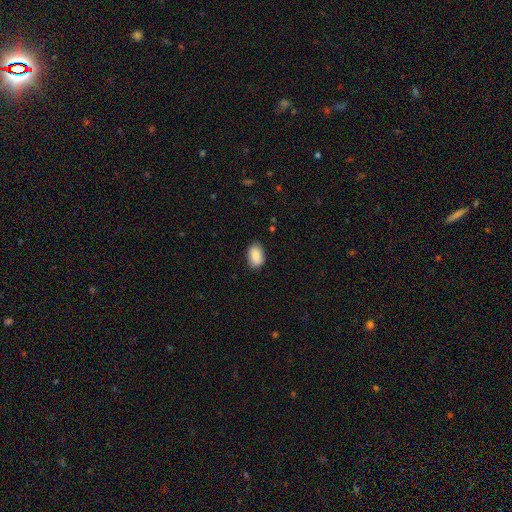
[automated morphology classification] smooth_or_featured: smooth (p=0.87) [alt: star or artifact p=0.07]
how_rounded: in between (p=0.91) [alt: round p=0.08]
merging: none (p=0.82) [alt: minor disturbance p=0.14]